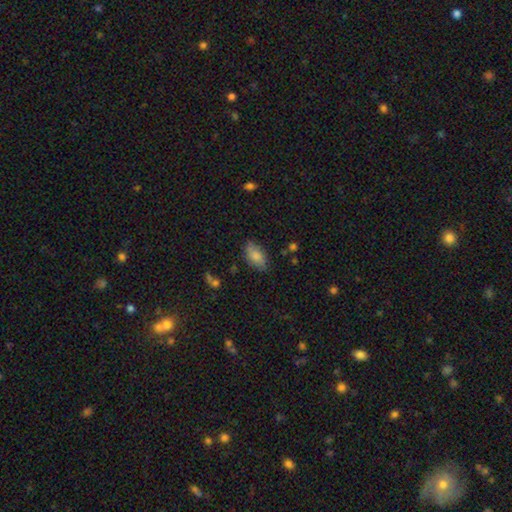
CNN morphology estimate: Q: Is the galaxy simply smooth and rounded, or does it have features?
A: smooth — 80%.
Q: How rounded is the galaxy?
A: in between — 92%.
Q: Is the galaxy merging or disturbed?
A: none — 75%.